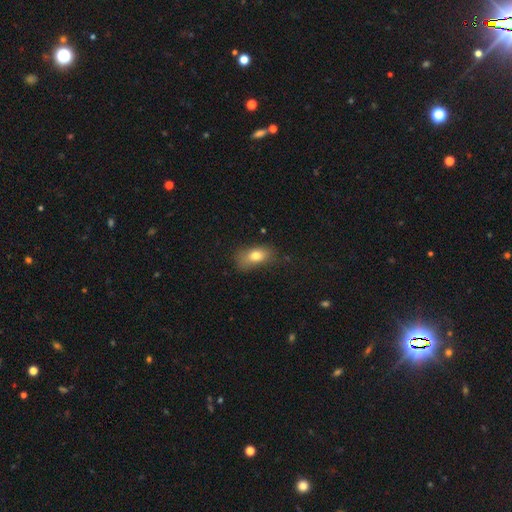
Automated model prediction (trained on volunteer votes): Smooth or featured?
  - smooth: 76% *
  - featured or disk: 14%
  - star or artifact: 10%
How rounded?
  - in between: 84% *
  - round: 11%
  - cigar-shaped: 5%
Merging?
  - none: 60% *
  - minor disturbance: 27%
  - major disturbance: 11%
  - merger: 2%